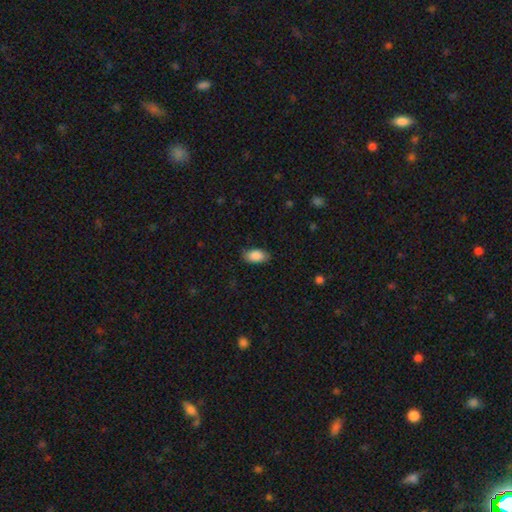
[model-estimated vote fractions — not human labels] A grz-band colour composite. It shows a smooth galaxy with no disk features (89%) that is in between round and cigar-shaped (93%). Merging: none (84%).